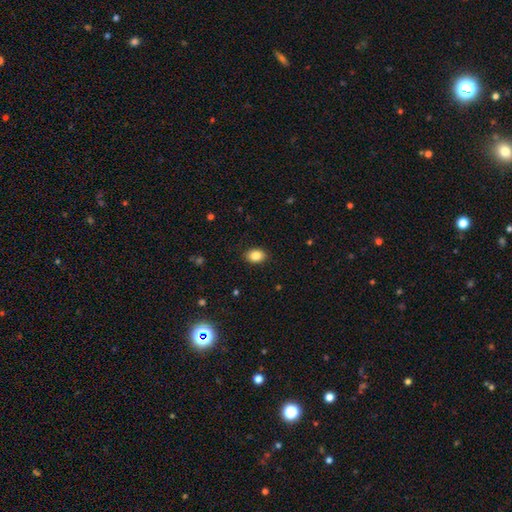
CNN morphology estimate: Smooth or featured?
  - smooth: 85% *
  - star or artifact: 9%
  - featured or disk: 6%
How rounded?
  - in between: 72% *
  - round: 27%
  - cigar-shaped: 1%
Merging?
  - none: 89% *
  - minor disturbance: 8%
  - major disturbance: 2%
  - merger: 1%